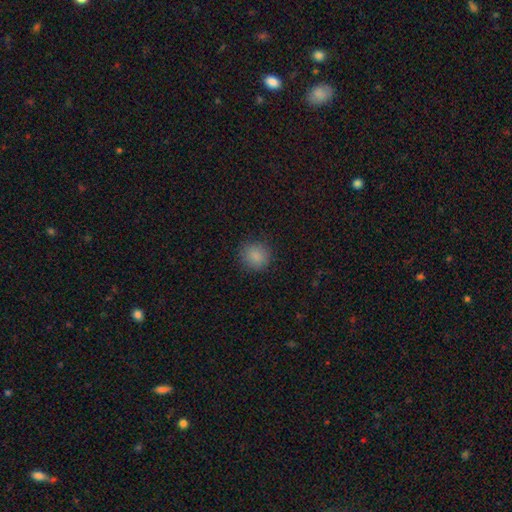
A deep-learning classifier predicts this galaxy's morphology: smooth_or_featured: smooth (p=0.86) [alt: star or artifact p=0.10]
how_rounded: round (p=0.90) [alt: in between p=0.09]
merging: none (p=0.88) [alt: minor disturbance p=0.08]